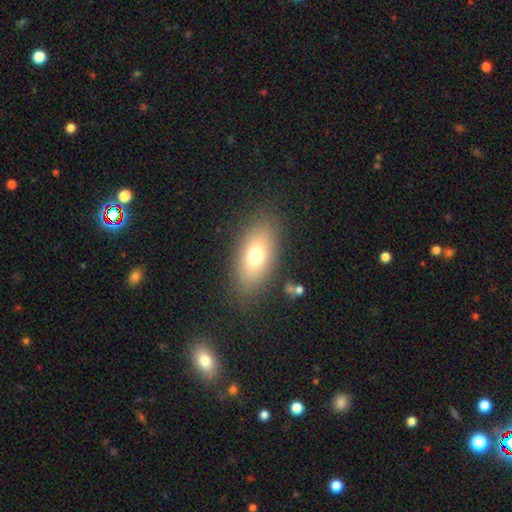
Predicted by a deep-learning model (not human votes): A smooth galaxy with no disk features (70%) that is in between round and cigar-shaped (85%).

Vote fractions:
- Smooth or featured? smooth: 70% / featured or disk: 18% / star or artifact: 12%
- How rounded? in between: 85% / round: 10% / cigar-shaped: 5%
- Merging? none: 83% / minor disturbance: 10% / major disturbance: 5% / merger: 2%